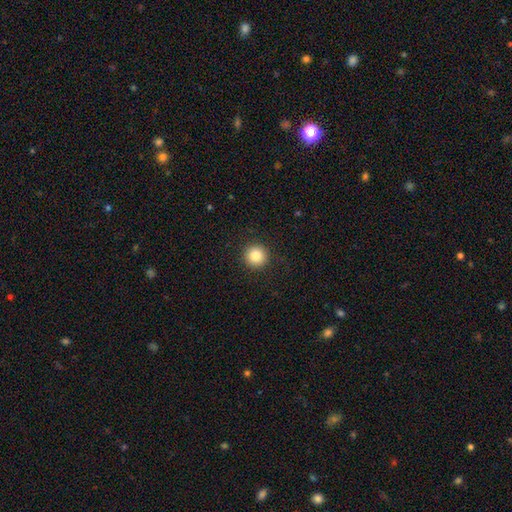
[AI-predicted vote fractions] Smooth or featured?
  - smooth: 85% *
  - star or artifact: 10%
  - featured or disk: 5%
How rounded?
  - round: 95% *
  - in between: 4%
  - cigar-shaped: 1%
Merging?
  - none: 92% *
  - minor disturbance: 5%
  - major disturbance: 2%
  - merger: 1%